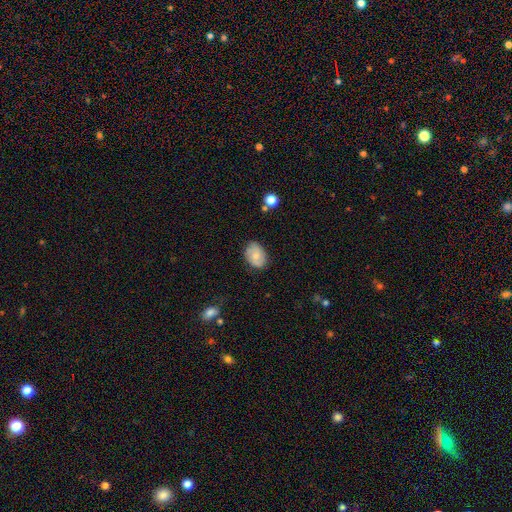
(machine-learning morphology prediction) smooth_or_featured: smooth (p=0.63) [alt: featured or disk p=0.30]
how_rounded: in between (p=0.81) [alt: round p=0.18]
merging: none (p=0.77) [alt: minor disturbance p=0.18]